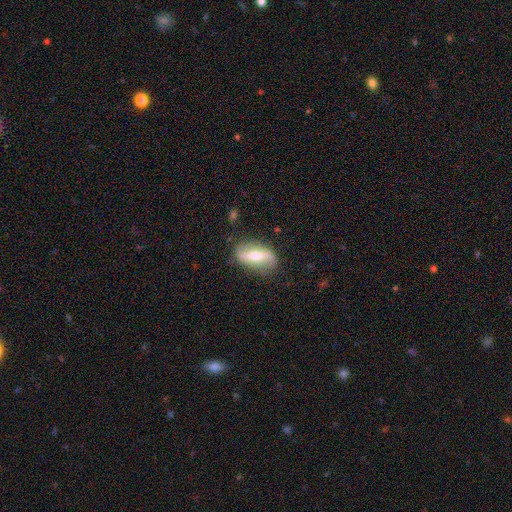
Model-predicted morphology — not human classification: This is likely a featured or disk galaxy (64%). It is likely not viewed edge-on (77%). Merging: likely none (77%).